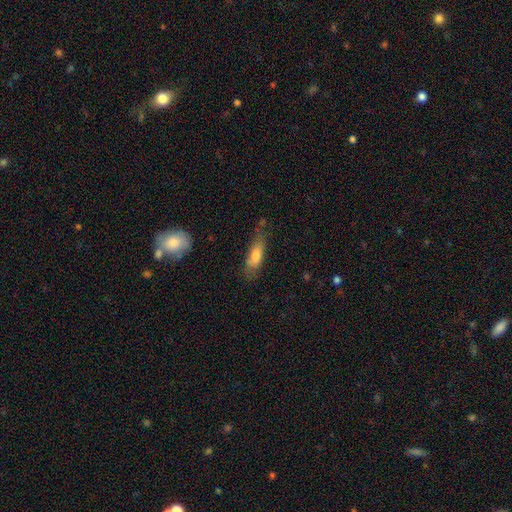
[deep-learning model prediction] A smooth galaxy with no disk features (73%) that is cigar-shaped (51%).

Vote fractions:
- Smooth or featured? smooth: 73% / featured or disk: 20% / star or artifact: 7%
- How rounded? cigar-shaped: 51% / in between: 46% / round: 3%
- Merging? none: 57% / minor disturbance: 29% / major disturbance: 10% / merger: 4%